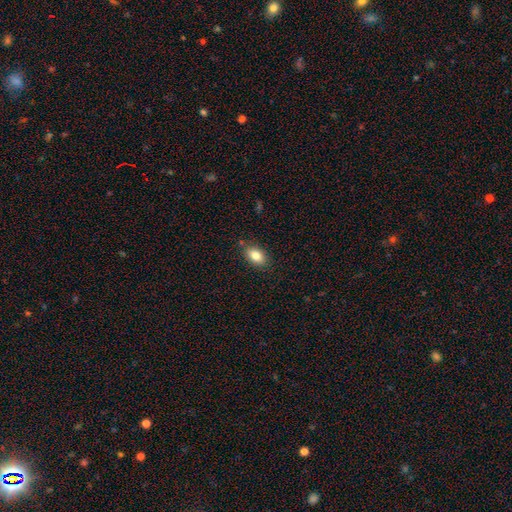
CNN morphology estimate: Overall: smooth (83%). How rounded: in between (88%). Merging: none (83%).